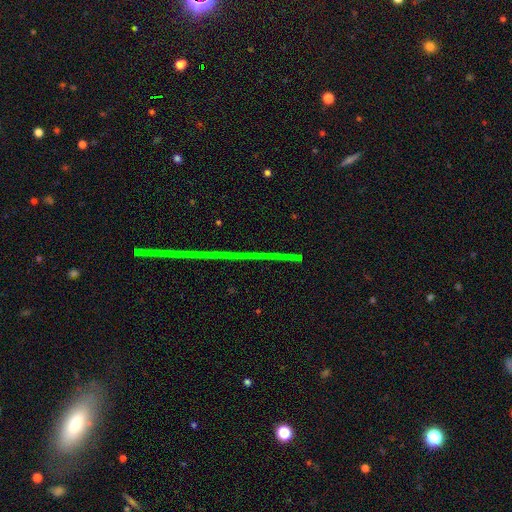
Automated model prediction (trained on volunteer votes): Smooth or featured? Predicted: star or artifact (p=0.75).